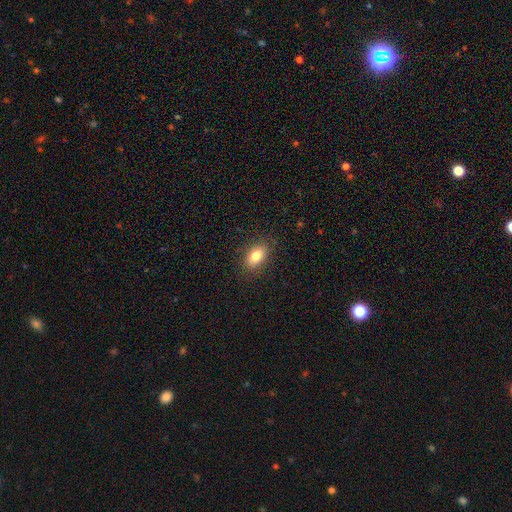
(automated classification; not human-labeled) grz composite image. It shows a smooth galaxy with no disk features (80%) that is in between round and cigar-shaped (86%). Merging: none (87%).